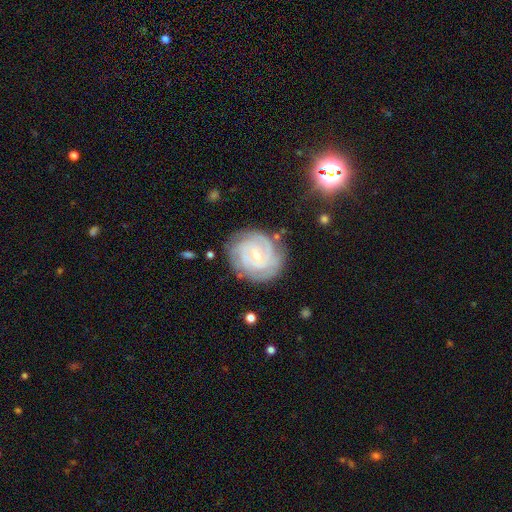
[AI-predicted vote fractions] This is clearly a featured or disk galaxy (83%). It is clearly not viewed edge-on (98%). Bar: possibly no (50%). Spiral arm pattern: clearly yes (95%). Spiral arm count: marginally 2 (31%). Spiral winding: likely tight (74%). Central bulge: likely small (66%). Merging: likely none (76%).